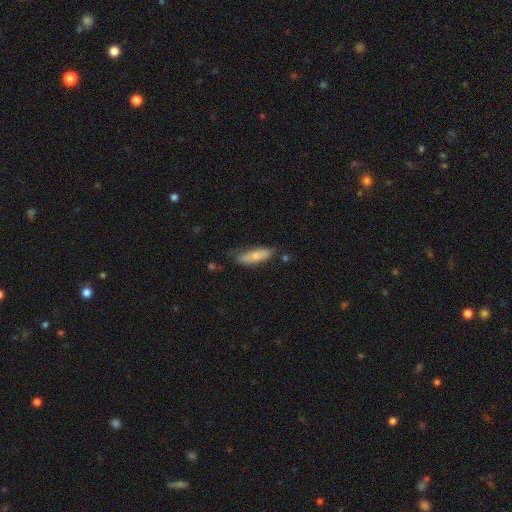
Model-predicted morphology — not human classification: smooth-or-featured: smooth: 70% | featured or disk: 24% | star or artifact: 6%
  how-rounded: in between: 53% | cigar-shaped: 45% | round: 2%
  merging: none: 60% | minor disturbance: 30% | major disturbance: 7% | merger: 3%